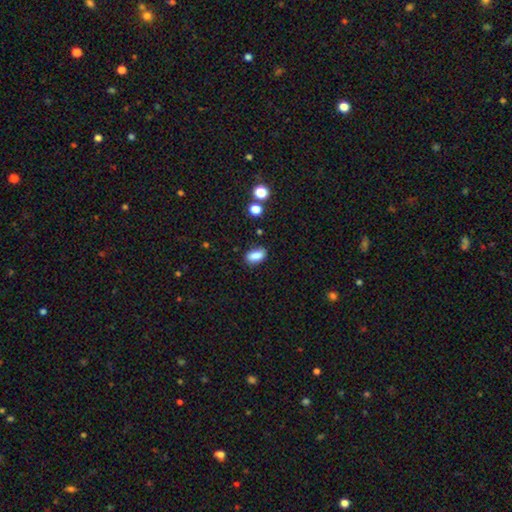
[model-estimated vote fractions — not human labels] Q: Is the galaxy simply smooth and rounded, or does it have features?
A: smooth — 83%.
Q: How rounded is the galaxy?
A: in between — 86%.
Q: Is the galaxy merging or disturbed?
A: none — 75%.